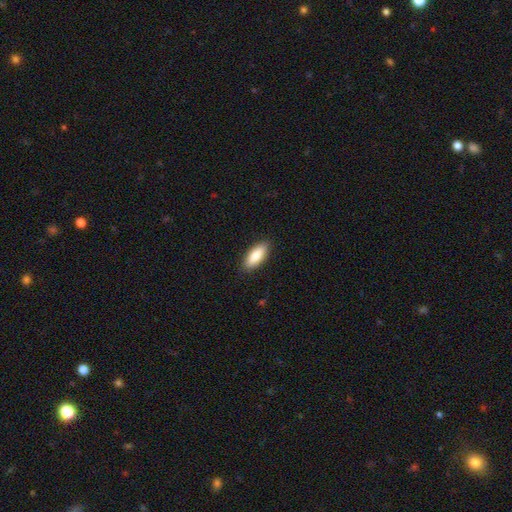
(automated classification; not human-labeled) smooth_or_featured: smooth (p=0.83) [alt: featured or disk p=0.11]
how_rounded: in between (p=0.75) [alt: cigar-shaped p=0.23]
merging: none (p=0.89) [alt: minor disturbance p=0.08]